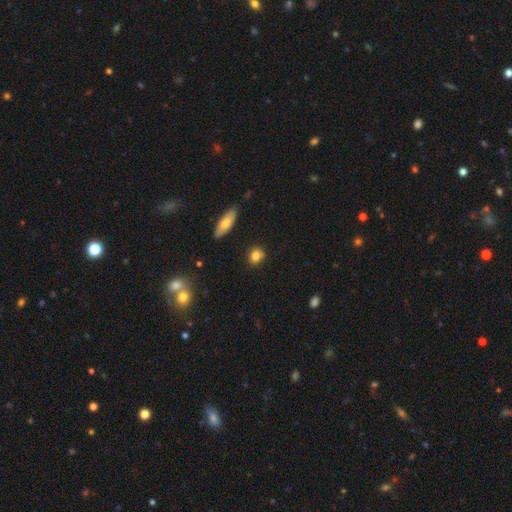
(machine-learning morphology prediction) Smooth or featured? Predicted: smooth (p=0.80). How rounded? Predicted: round (p=0.69). Merging? Predicted: none (p=0.76).